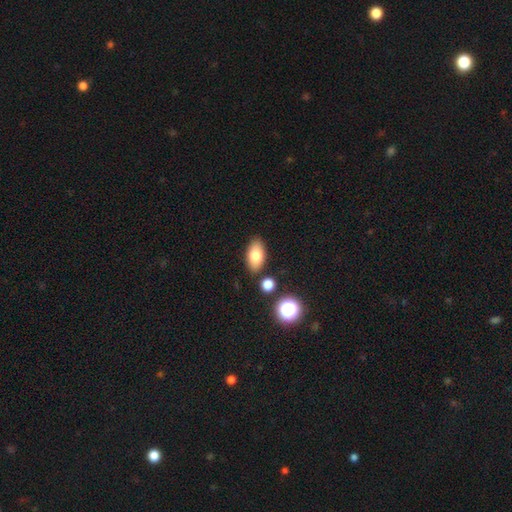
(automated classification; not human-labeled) This is likely a smooth galaxy (79%). How rounded: clearly in between (92%). Merging: clearly none (84%).